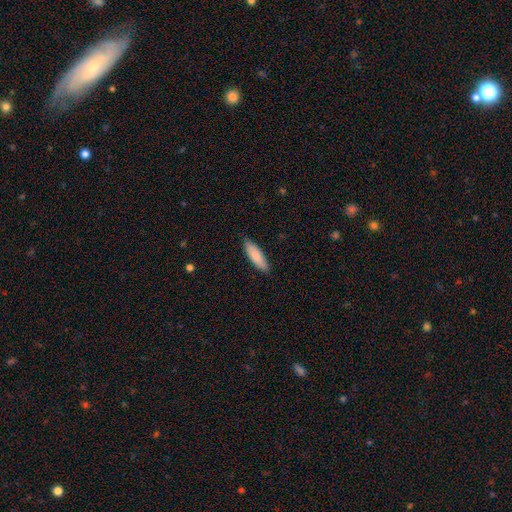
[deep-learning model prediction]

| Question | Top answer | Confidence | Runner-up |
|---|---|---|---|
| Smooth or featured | smooth | 82% | featured or disk (12%) |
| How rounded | cigar-shaped | 51% | in between (47%) |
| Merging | none | 86% | minor disturbance (11%) |